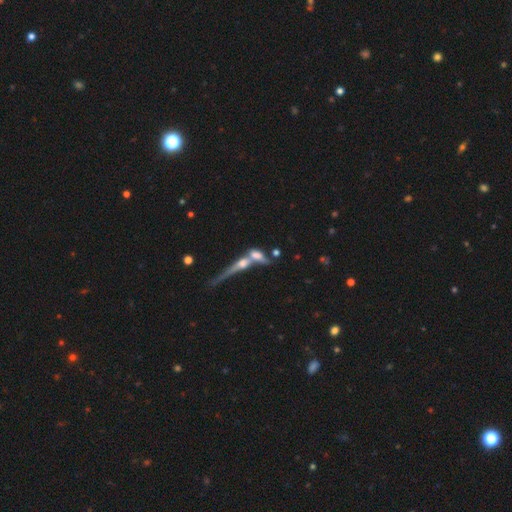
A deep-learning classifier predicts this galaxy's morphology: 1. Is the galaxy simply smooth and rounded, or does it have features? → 46% featured or disk, 42% smooth, 12% star or artifact.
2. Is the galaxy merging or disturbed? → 63% merger, 18% none, 11% major disturbance, 8% minor disturbance.